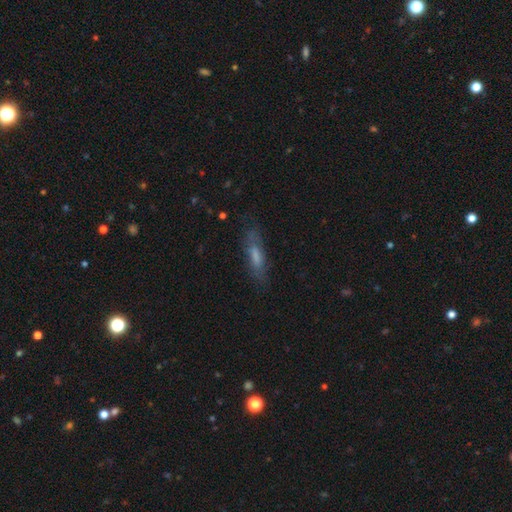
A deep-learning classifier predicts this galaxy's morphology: This is possibly a smooth galaxy (49%). Merging: likely none (74%).